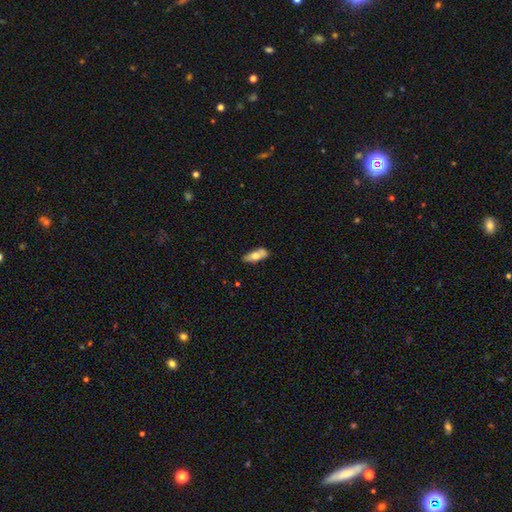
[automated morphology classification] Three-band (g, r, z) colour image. It shows a smooth galaxy with no disk features (61%) that is in between round and cigar-shaped (67%). Merging: none (76%).